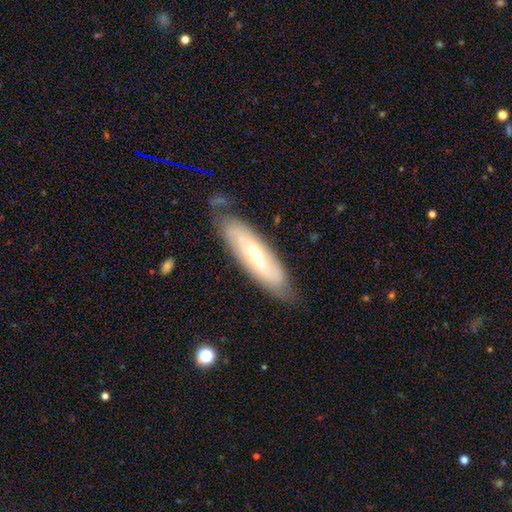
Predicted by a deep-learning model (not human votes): This appears to be a featured or disk galaxy (64%). Merging: none (77%).